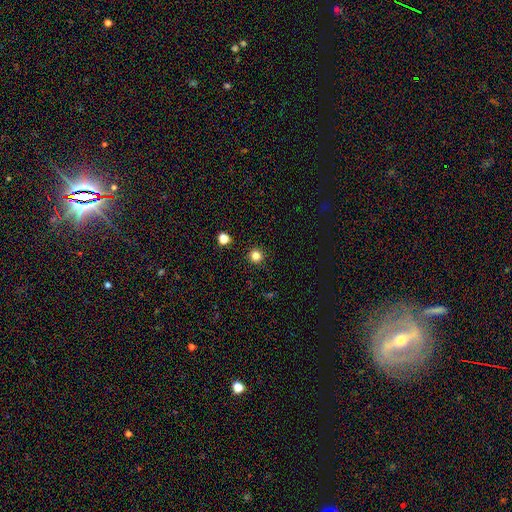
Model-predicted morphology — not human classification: Smooth or featured: smooth — 81% (star or artifact — 15%)
How rounded: round — 95% (in between — 4%)
Merging: none — 92% (minor disturbance — 5%)